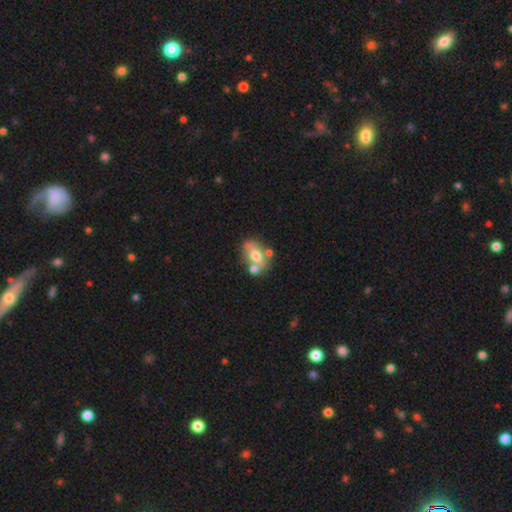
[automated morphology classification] smooth_or_featured: smooth (p=0.50) [alt: featured or disk p=0.41]
how_rounded: in between (p=0.74) [alt: round p=0.23]
merging: none (p=0.53) [alt: merger p=0.25]